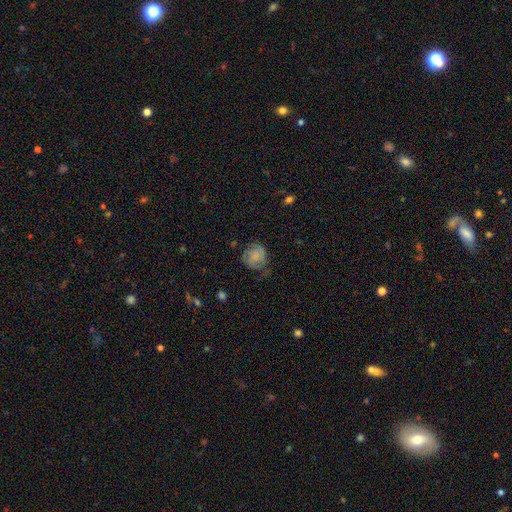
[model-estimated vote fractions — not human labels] Smooth or featured: smooth — 47% (featured or disk — 44%)
Merging: none — 56% (minor disturbance — 27%)